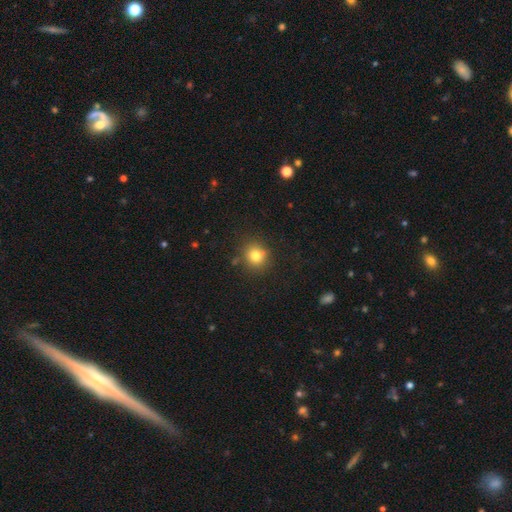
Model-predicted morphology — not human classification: This is likely a smooth galaxy (79%). How rounded: clearly round (87%). Merging: clearly none (84%).